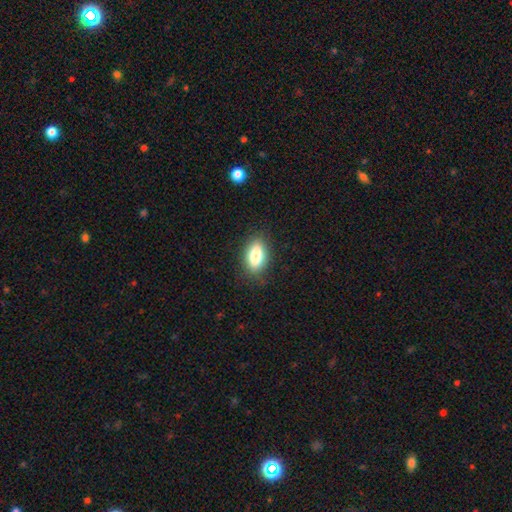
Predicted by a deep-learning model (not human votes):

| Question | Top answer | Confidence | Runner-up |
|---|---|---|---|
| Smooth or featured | smooth | 80% | featured or disk (12%) |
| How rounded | in between | 87% | round (7%) |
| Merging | none | 85% | minor disturbance (11%) |